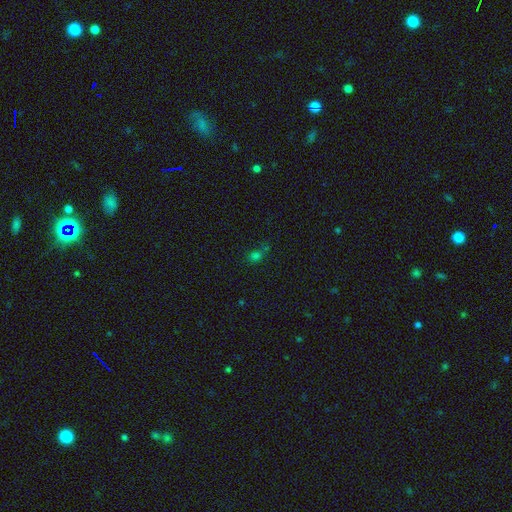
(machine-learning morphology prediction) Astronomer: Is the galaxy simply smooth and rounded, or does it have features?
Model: smooth — 62%.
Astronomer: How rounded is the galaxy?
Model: round — 52% (runner-up: in between, 46%).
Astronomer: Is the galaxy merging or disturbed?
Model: none — 56%.